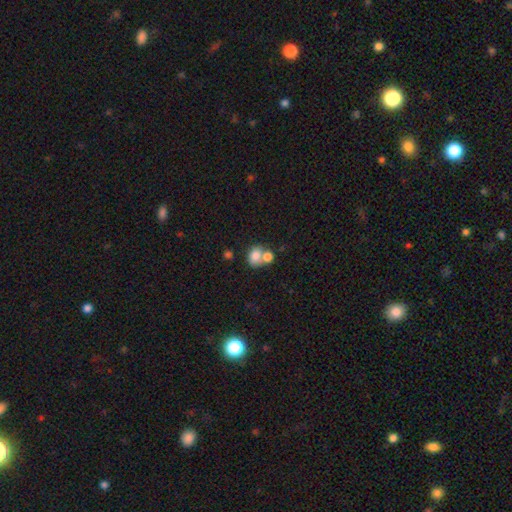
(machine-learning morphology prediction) The model was most divided on "how rounded": round: 53%, in between: 46%, cigar-shaped: 1%. More confident: smooth or featured — smooth (77%); merging — merger (56%).